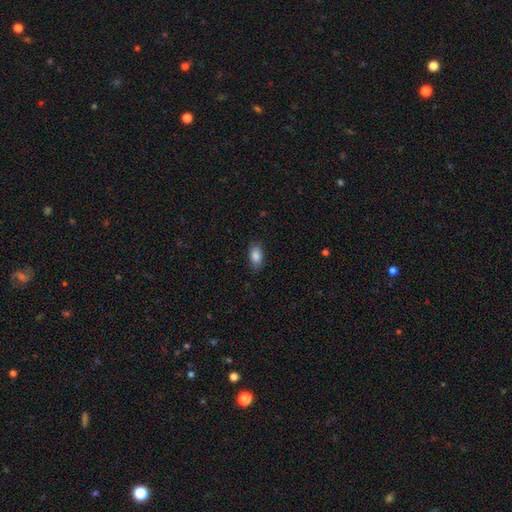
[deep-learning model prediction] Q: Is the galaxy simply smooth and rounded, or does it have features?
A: smooth — 86%.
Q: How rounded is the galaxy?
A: in between — 91%.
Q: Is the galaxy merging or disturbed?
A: none — 84%.